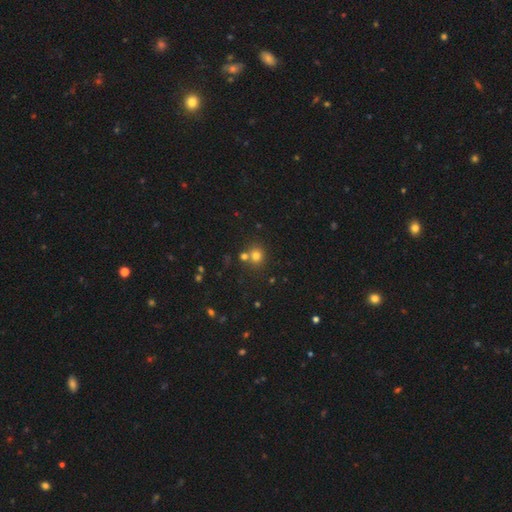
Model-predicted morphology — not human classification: smooth_or_featured: smooth (p=0.75) [alt: star or artifact p=0.17]
how_rounded: round (p=0.82) [alt: in between p=0.17]
merging: none (p=0.63) [alt: merger p=0.26]